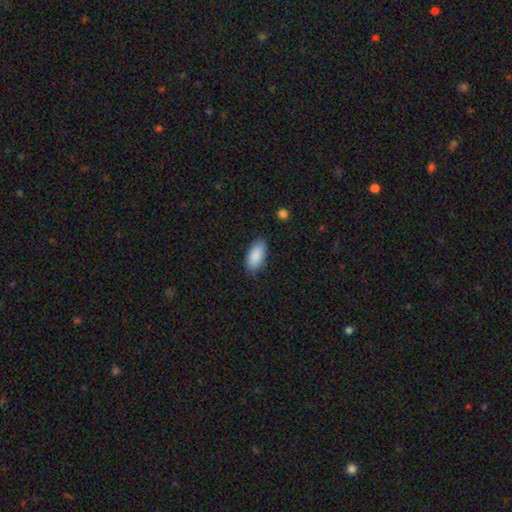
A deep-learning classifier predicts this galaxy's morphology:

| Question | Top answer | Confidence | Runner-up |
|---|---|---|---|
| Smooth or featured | smooth | 89% | star or artifact (6%) |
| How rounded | in between | 89% | cigar-shaped (9%) |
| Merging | none | 83% | minor disturbance (13%) |